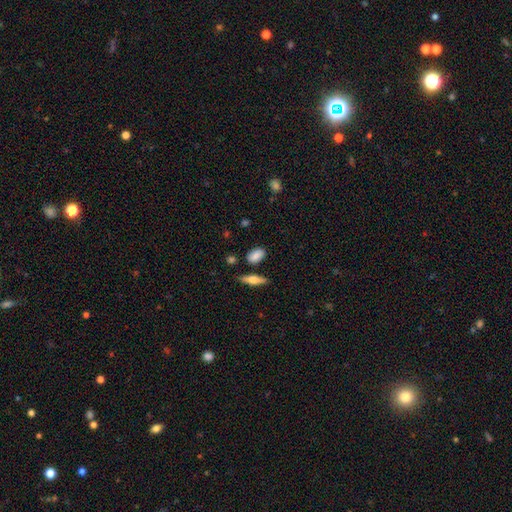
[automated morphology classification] A smooth galaxy with no disk features (82%) that is in between round and cigar-shaped (86%).

Vote fractions:
- Smooth or featured? smooth: 82% / featured or disk: 10% / star or artifact: 8%
- How rounded? in between: 86% / round: 8% / cigar-shaped: 6%
- Merging? none: 78% / minor disturbance: 14% / merger: 5% / major disturbance: 3%